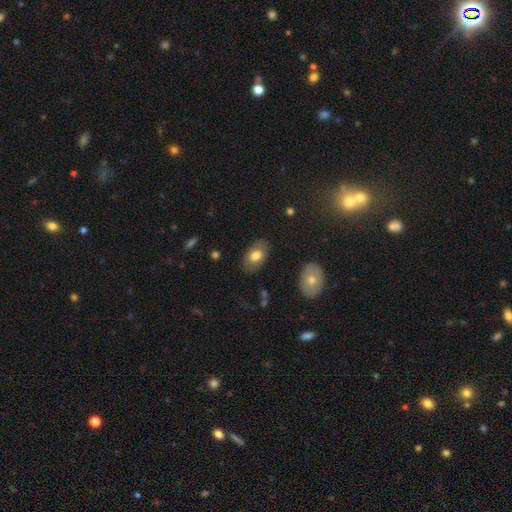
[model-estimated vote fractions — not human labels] A smooth galaxy with no disk features (74%) that is in between round and cigar-shaped (92%).

Vote fractions:
- Smooth or featured? smooth: 74% / featured or disk: 20% / star or artifact: 7%
- How rounded? in between: 92% / round: 6% / cigar-shaped: 2%
- Merging? none: 83% / minor disturbance: 12% / major disturbance: 3% / merger: 1%